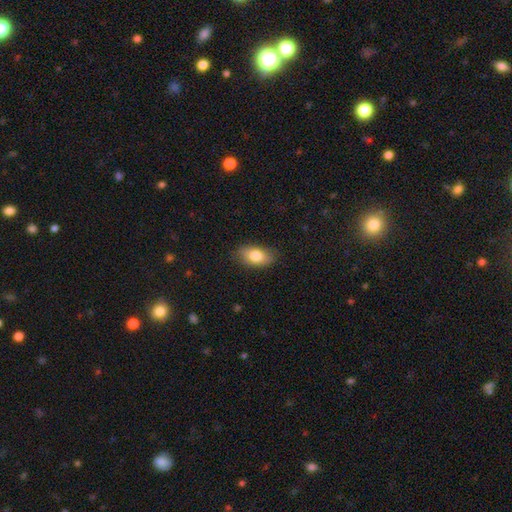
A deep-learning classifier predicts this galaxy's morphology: A smooth galaxy with no disk features (82%) that is in between round and cigar-shaped (90%).

Vote fractions:
- Smooth or featured? smooth: 82% / featured or disk: 11% / star or artifact: 7%
- How rounded? in between: 90% / round: 6% / cigar-shaped: 4%
- Merging? none: 83% / minor disturbance: 13% / major disturbance: 3% / merger: 1%